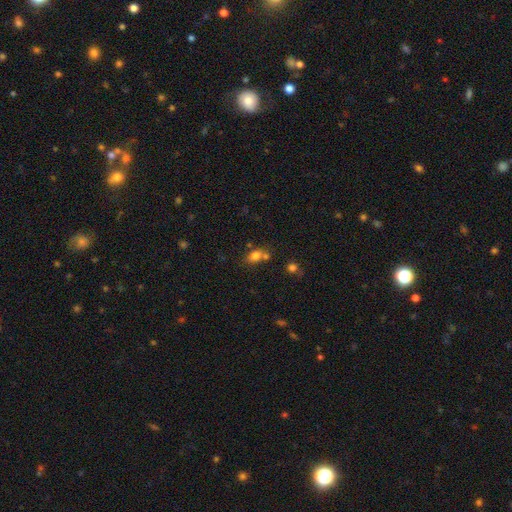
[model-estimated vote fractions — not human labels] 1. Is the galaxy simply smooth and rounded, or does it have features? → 77% smooth, 13% star or artifact, 10% featured or disk.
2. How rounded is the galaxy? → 62% in between, 36% round, 2% cigar-shaped.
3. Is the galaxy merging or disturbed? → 51% none, 31% merger, 13% minor disturbance, 4% major disturbance.